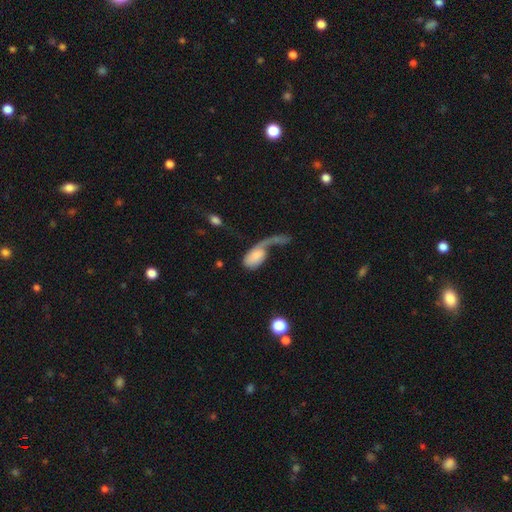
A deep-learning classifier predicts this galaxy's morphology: This is possibly a smooth galaxy (58%). How rounded: clearly in between (88%). Merging: possibly major disturbance (58%).